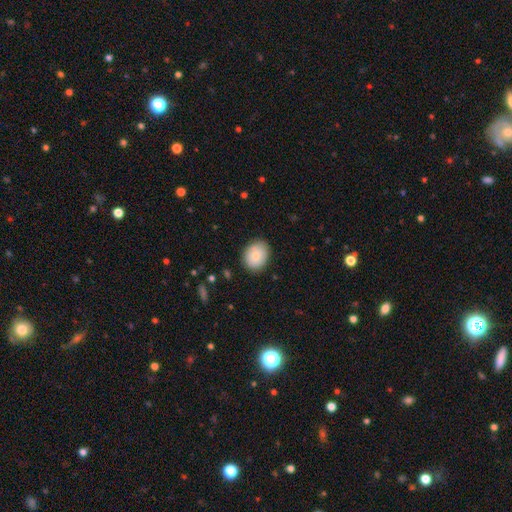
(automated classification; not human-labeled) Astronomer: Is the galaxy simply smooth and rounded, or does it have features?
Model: smooth — 81%.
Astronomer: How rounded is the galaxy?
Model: round — 52% (runner-up: in between, 47%).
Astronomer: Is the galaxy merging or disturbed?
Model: none — 84%.